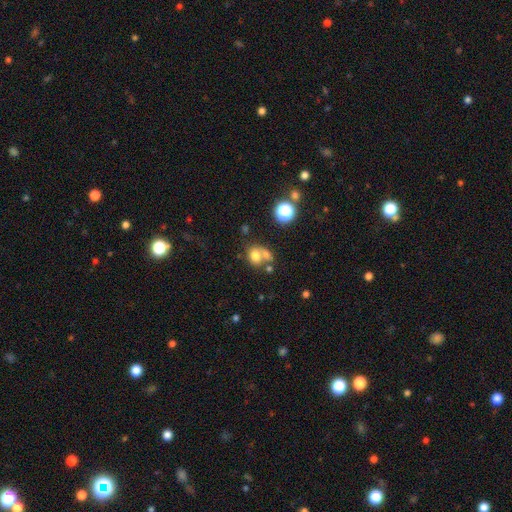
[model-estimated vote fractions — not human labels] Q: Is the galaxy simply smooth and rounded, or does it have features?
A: smooth — 73%.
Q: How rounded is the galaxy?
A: round — 57%.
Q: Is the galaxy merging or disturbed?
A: merger — 44%.